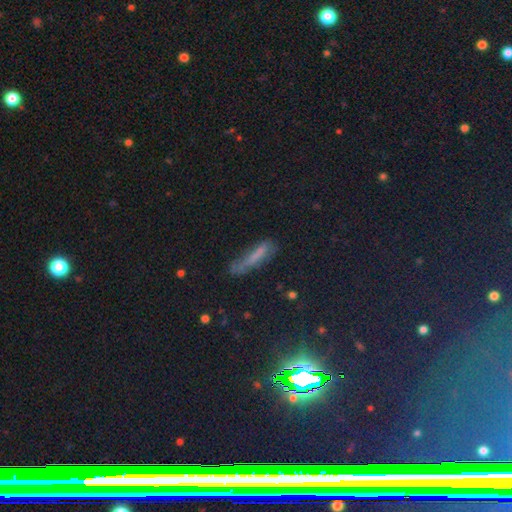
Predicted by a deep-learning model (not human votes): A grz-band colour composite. It shows a smooth galaxy with no disk features (55%) that is cigar-shaped (80%). Merging: none (54%).